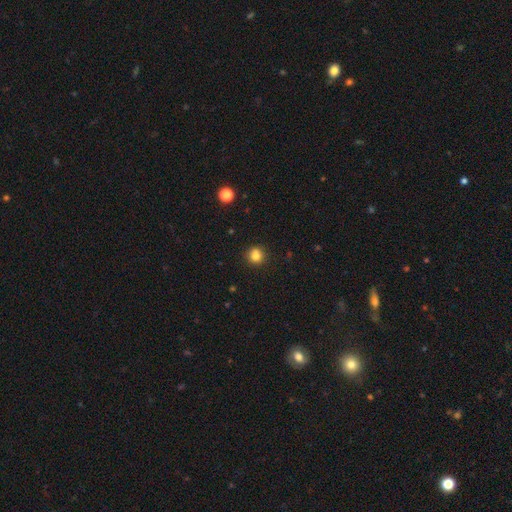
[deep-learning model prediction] smooth_or_featured: smooth (p=0.81) [alt: star or artifact p=0.13]
how_rounded: round (p=0.87) [alt: in between p=0.12]
merging: none (p=0.82) [alt: minor disturbance p=0.11]